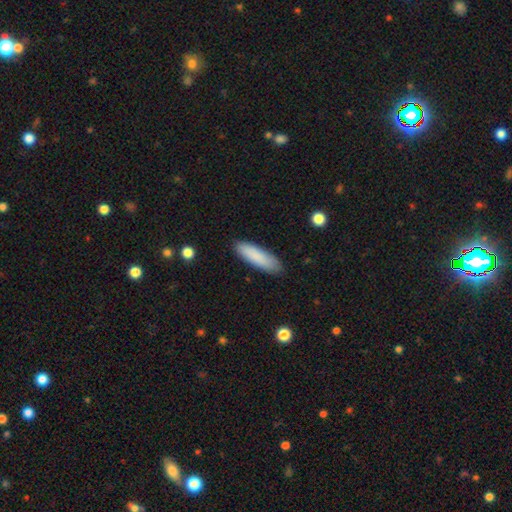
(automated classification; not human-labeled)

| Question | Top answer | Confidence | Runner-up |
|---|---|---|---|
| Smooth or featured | smooth | 87% | featured or disk (8%) |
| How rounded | cigar-shaped | 61% | in between (38%) |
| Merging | none | 87% | minor disturbance (10%) |